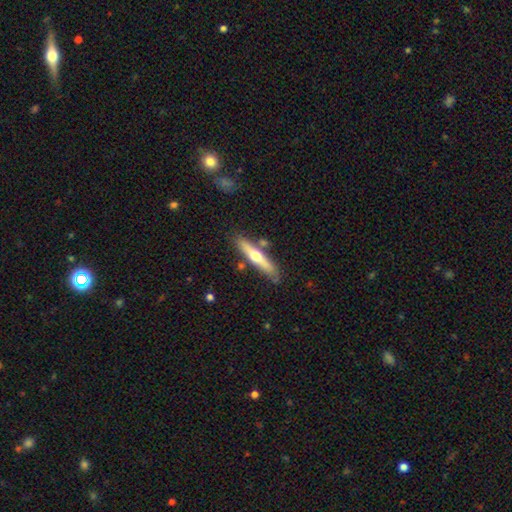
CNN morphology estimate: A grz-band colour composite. It shows a featured or disk galaxy (54%) viewed edge-on (92%). Merging: none (78%).